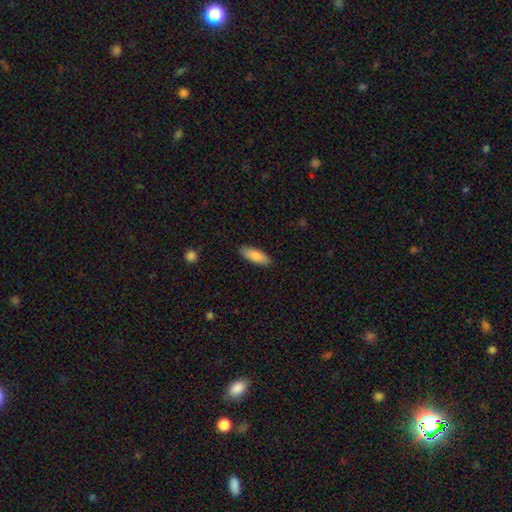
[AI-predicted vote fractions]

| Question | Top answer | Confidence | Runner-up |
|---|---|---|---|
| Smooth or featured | smooth | 84% | featured or disk (10%) |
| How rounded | in between | 66% | cigar-shaped (32%) |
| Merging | none | 88% | minor disturbance (9%) |